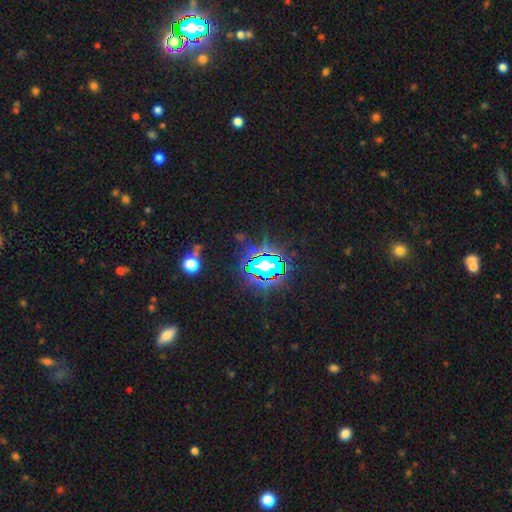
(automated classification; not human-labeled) smooth_or_featured: star or artifact (p=0.77) [alt: smooth p=0.13]